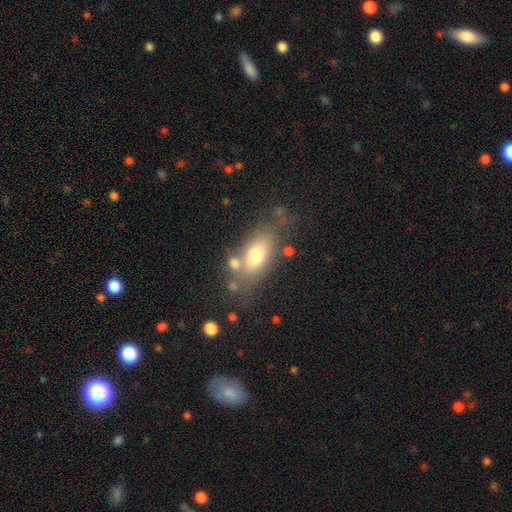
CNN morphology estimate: smooth-or-featured: smooth: 69% | featured or disk: 21% | star or artifact: 10%
  how-rounded: in between: 81% | cigar-shaped: 11% | round: 7%
  merging: none: 63% | minor disturbance: 17% | merger: 12% | major disturbance: 8%